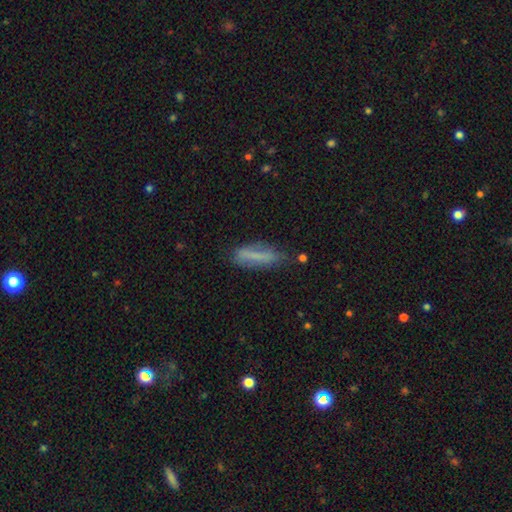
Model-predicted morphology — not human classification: Overall: smooth (66%). How rounded: cigar-shaped (62%; in between 36%). Merging: none (64%).